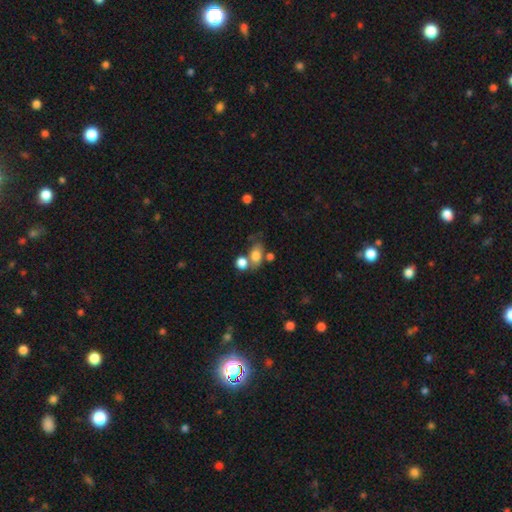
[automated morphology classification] smooth-or-featured: smooth: 74% | featured or disk: 14% | star or artifact: 11%
  how-rounded: in between: 70% | round: 27% | cigar-shaped: 2%
  merging: none: 43% | merger: 32% | minor disturbance: 16% | major disturbance: 9%